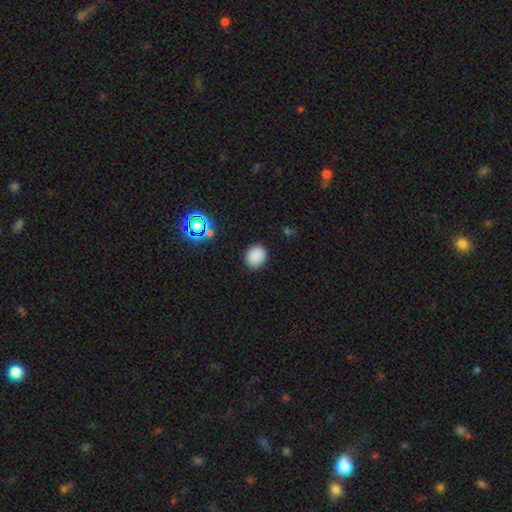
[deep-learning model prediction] The model was most divided on "how rounded": round: 58%, in between: 41%, cigar-shaped: 1%. More confident: merging — none (88%); smooth or featured — smooth (85%).